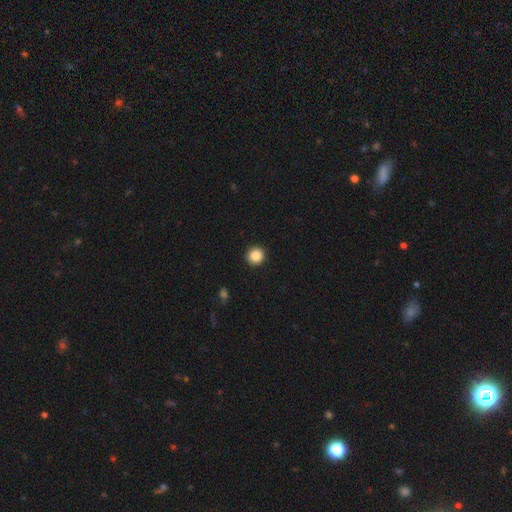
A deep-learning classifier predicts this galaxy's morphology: Smooth or featured? Predicted: smooth (p=0.86). How rounded? Predicted: round (p=0.94). Merging? Predicted: none (p=0.93).